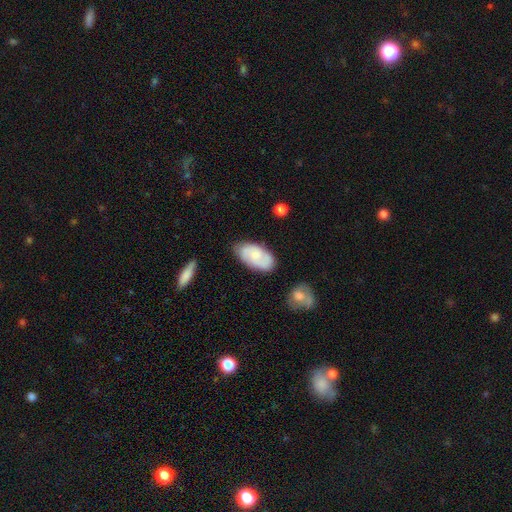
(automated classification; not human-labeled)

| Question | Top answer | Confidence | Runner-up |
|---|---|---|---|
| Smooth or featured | smooth | 61% | featured or disk (33%) |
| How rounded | in between | 93% | round (3%) |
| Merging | none | 74% | minor disturbance (18%) |